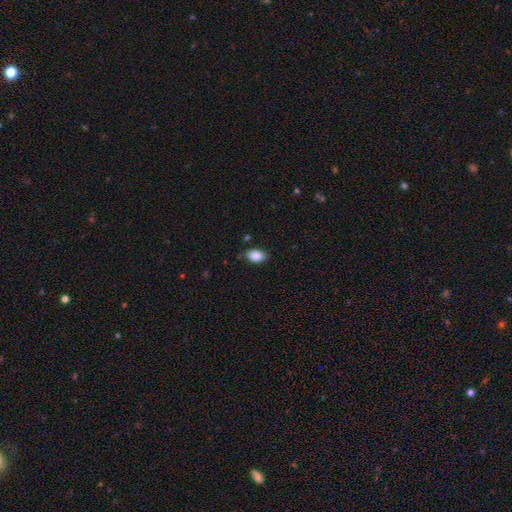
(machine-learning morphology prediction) Overall: smooth (89%). How rounded: in between (86%). Merging: none (80%).